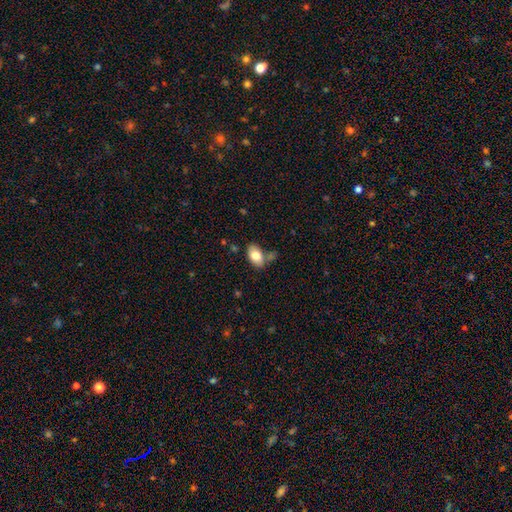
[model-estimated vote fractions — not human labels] This is likely a smooth galaxy (80%). How rounded: clearly in between (91%). Merging: likely none (64%).